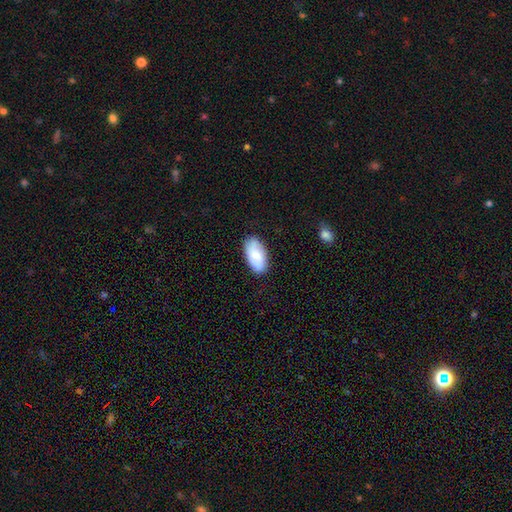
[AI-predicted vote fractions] smooth-or-featured: smooth: 68% | featured or disk: 26% | star or artifact: 6%
  how-rounded: in between: 94% | round: 3% | cigar-shaped: 3%
  merging: none: 84% | minor disturbance: 13% | major disturbance: 2% | merger: 1%